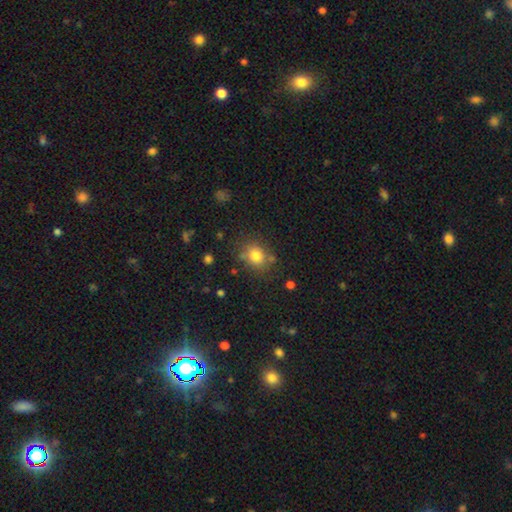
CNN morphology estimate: Smooth or featured? smooth (79%)
How rounded? round (62%)
Merging? none (75%)